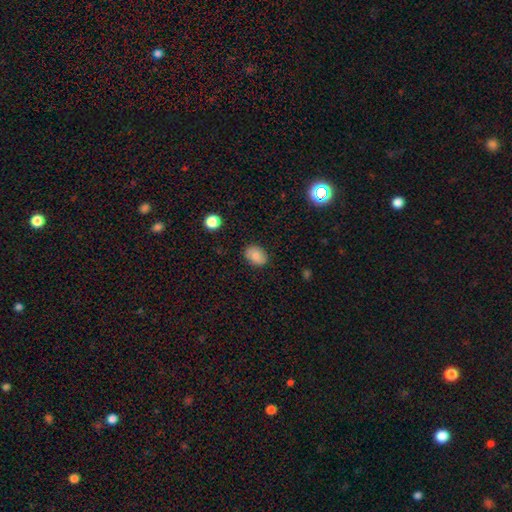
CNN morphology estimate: Smooth or featured?
  - smooth: 81% *
  - featured or disk: 11%
  - star or artifact: 9%
How rounded?
  - in between: 70% *
  - round: 29%
  - cigar-shaped: 1%
Merging?
  - none: 85% *
  - minor disturbance: 12%
  - major disturbance: 2%
  - merger: 1%